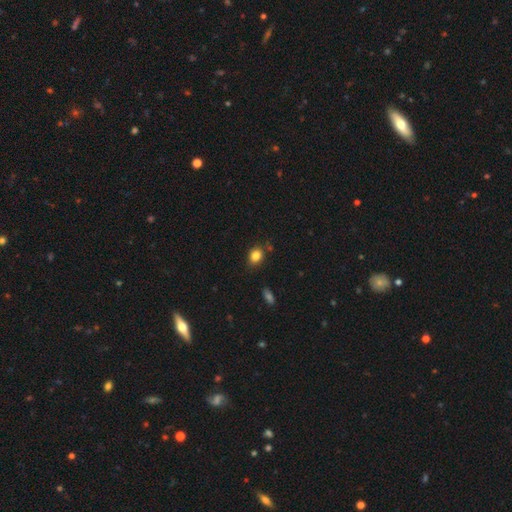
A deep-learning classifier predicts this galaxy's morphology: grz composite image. It shows a smooth galaxy with no disk features (84%) that is in between round and cigar-shaped (56%). Merging: none (79%).